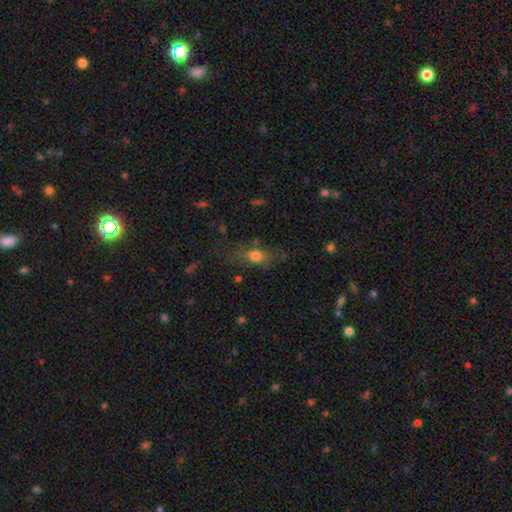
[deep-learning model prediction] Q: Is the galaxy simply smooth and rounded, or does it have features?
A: smooth — 67%.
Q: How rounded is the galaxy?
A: in between — 67%.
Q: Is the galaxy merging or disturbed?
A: none — 60%.